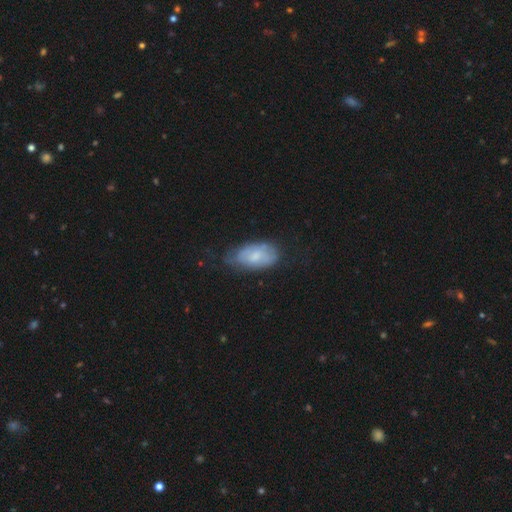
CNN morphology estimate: type=smooth (54%); roundness=in between (92%); merging=none (51%).